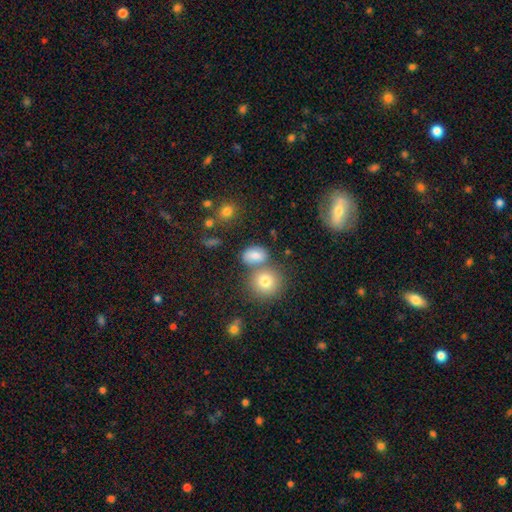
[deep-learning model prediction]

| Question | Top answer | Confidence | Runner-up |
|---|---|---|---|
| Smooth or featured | smooth | 78% | star or artifact (12%) |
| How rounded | in between | 66% | round (33%) |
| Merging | none | 55% | merger (27%) |